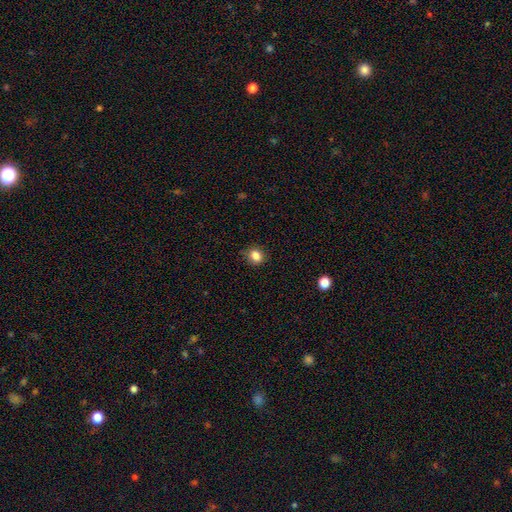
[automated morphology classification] Smooth or featured?
  - smooth: 85% *
  - star or artifact: 11%
  - featured or disk: 4%
How rounded?
  - round: 71% *
  - in between: 28%
  - cigar-shaped: 1%
Merging?
  - none: 81% *
  - minor disturbance: 15%
  - major disturbance: 3%
  - merger: 1%